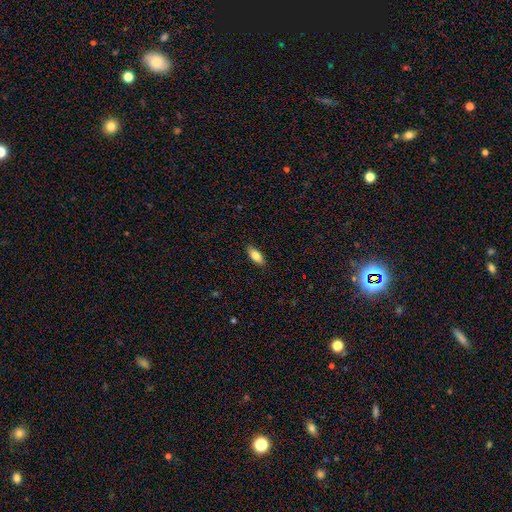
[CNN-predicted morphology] smooth-or-featured: smooth: 82% | featured or disk: 12% | star or artifact: 7%
  how-rounded: in between: 81% | cigar-shaped: 16% | round: 2%
  merging: none: 88% | minor disturbance: 9% | major disturbance: 2% | merger: 1%